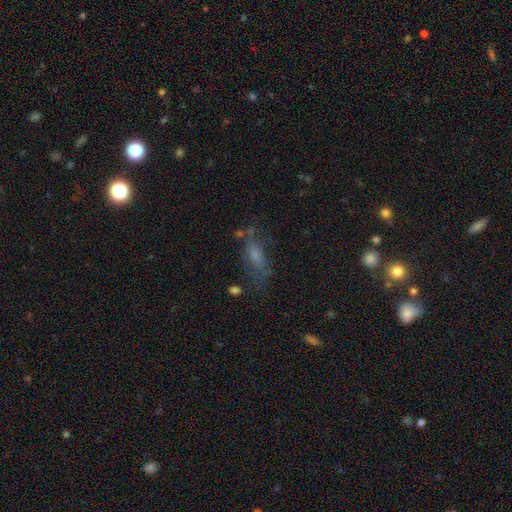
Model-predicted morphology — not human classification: type=smooth (52%); roundness=in between (64%); merging=none (49%).